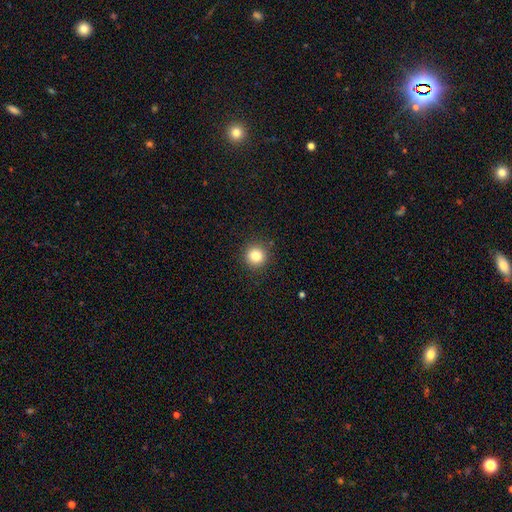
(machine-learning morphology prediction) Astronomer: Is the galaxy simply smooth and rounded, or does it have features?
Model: smooth — 83%.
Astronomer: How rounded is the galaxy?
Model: round — 93%.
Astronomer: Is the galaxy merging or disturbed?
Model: none — 90%.